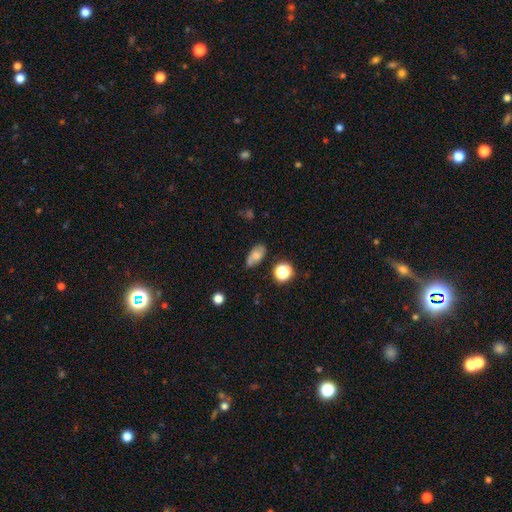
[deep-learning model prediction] A smooth galaxy with no disk features (67%) that is in between round and cigar-shaped (83%). Merging: none (68%).